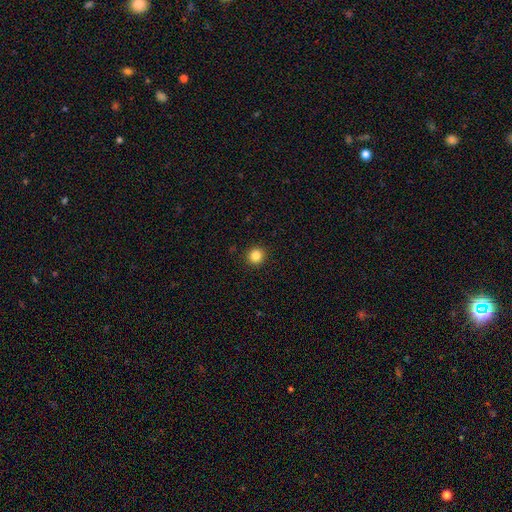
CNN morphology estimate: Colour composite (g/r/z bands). It shows a smooth galaxy with no disk features (84%) that is round (93%). Merging: none (93%).